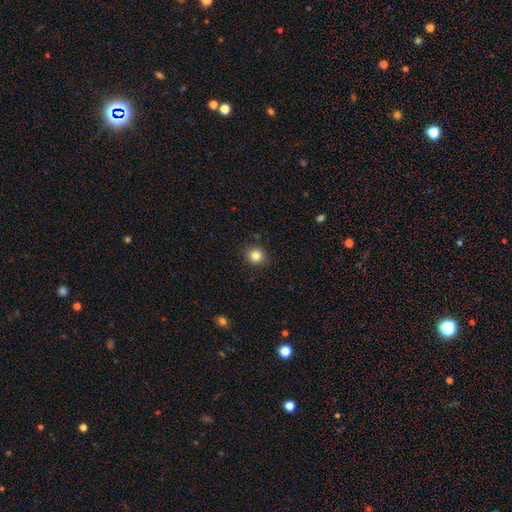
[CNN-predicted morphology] Smooth or featured?
  - smooth: 83% *
  - star or artifact: 11%
  - featured or disk: 5%
How rounded?
  - round: 85% *
  - in between: 14%
  - cigar-shaped: 1%
Merging?
  - none: 89% *
  - minor disturbance: 8%
  - major disturbance: 2%
  - merger: 1%